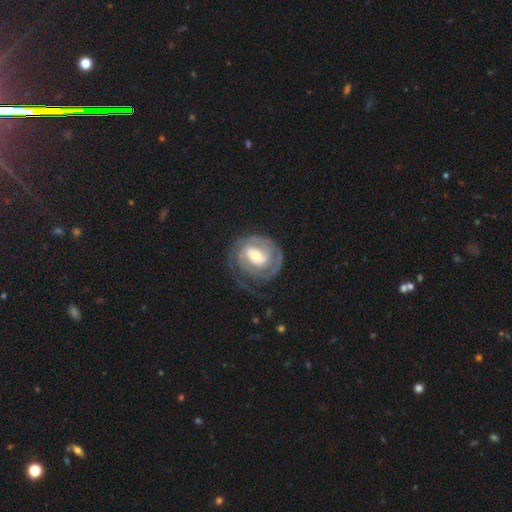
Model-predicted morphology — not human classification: A featured or disk galaxy (81%) with a weak bar (42%), 2 (39%) tight (68%) spiral arms (91%) and a moderate central bulge (52%).

Vote fractions:
- Smooth or featured? featured or disk: 81% / smooth: 14% / star or artifact: 5%
- Edge-on disk? no: 97% / yes: 3%
- Bar? weak: 42% / no: 38% / strong: 20%
- Spiral arms? yes: 91% / no: 9%
- Spiral winding? tight: 68% / medium: 24% / loose: 8%
- Spiral arm count? 2: 39% / can't tell: 29% / 1: 14% / 3: 11% / 4: 4% / more than 4: 3%
- Bulge size? moderate: 52% / small: 36% / large: 10% / dominant: 1% / none: 1%
- Merging? none: 61% / minor disturbance: 20% / major disturbance: 18% / merger: 1%